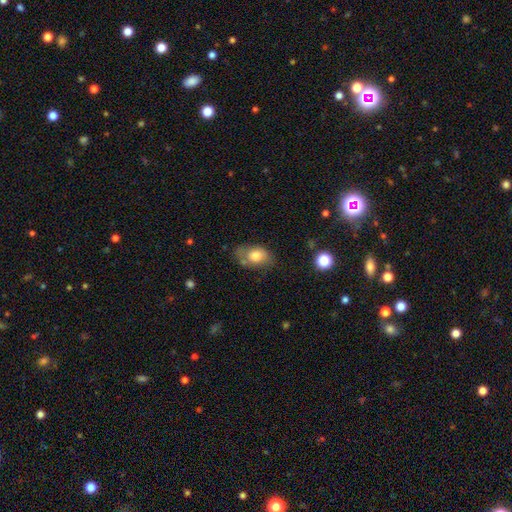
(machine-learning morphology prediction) The model was most divided on "merging": none: 54%, minor disturbance: 27%, major disturbance: 10%, merger: 8%. More confident: how rounded — in between (82%); smooth or featured — smooth (75%).